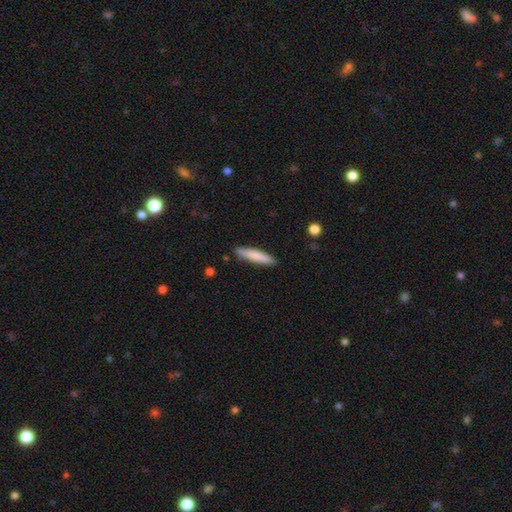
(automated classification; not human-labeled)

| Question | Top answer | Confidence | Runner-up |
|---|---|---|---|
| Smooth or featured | smooth | 78% | featured or disk (17%) |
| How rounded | cigar-shaped | 89% | in between (10%) |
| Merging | none | 88% | minor disturbance (9%) |